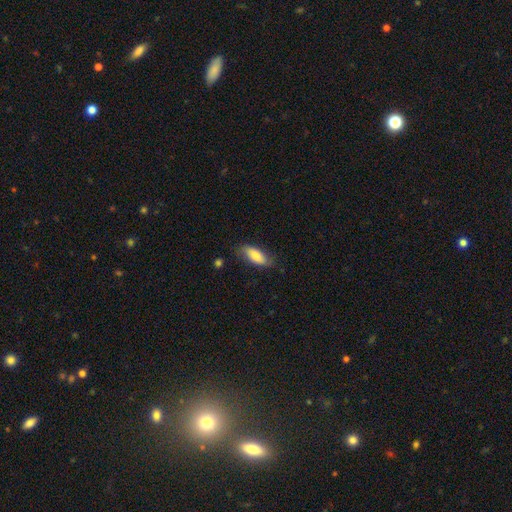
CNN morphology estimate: The model was most divided on "merging": none: 71%, minor disturbance: 23%, major disturbance: 5%, merger: 2%. More confident: how rounded — in between (81%); smooth or featured — smooth (80%).